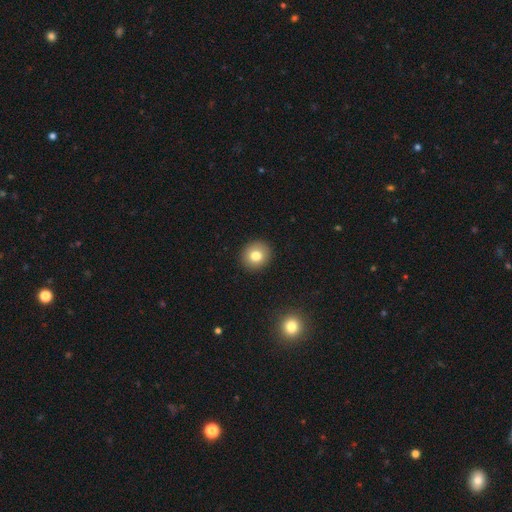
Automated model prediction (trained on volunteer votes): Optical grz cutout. It shows a smooth galaxy with no disk features (79%) that is round (86%). Merging: none (92%).